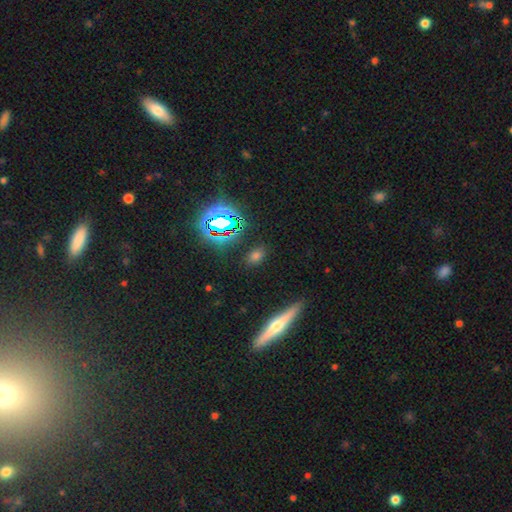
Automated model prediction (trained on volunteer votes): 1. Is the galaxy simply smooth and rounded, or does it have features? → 65% smooth, 26% star or artifact, 9% featured or disk.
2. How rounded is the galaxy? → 72% in between, 22% round, 6% cigar-shaped.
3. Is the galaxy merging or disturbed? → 85% none, 9% minor disturbance, 3% major disturbance, 2% merger.